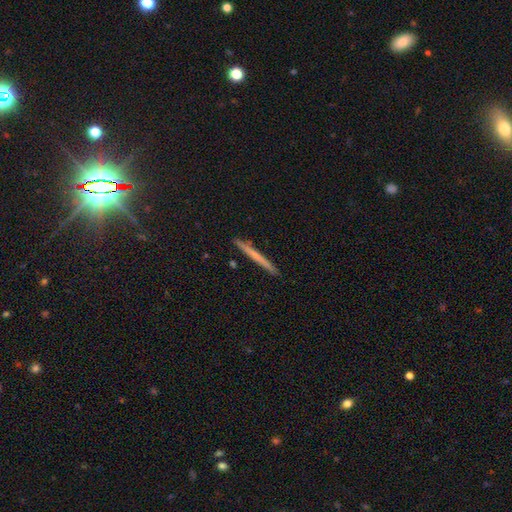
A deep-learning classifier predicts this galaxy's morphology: Q: Smooth or featured?
A: smooth (54%); runner-up: featured or disk (40%)
Q: How rounded?
A: cigar-shaped (97%); runner-up: in between (2%)
Q: Merging?
A: none (92%); runner-up: minor disturbance (6%)